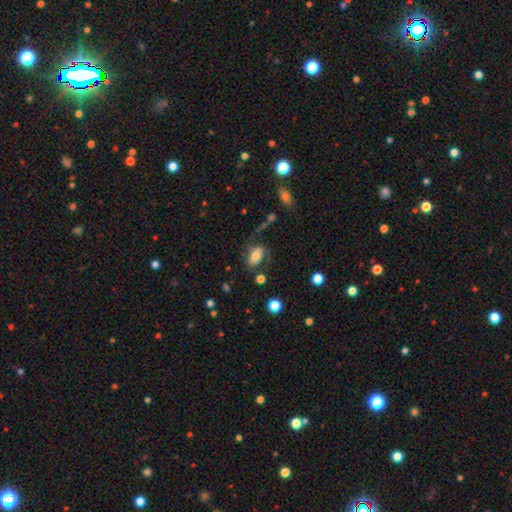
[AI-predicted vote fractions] Q: Smooth or featured?
A: smooth (61%); runner-up: featured or disk (29%)
Q: How rounded?
A: in between (87%); runner-up: round (10%)
Q: Merging?
A: none (49%); runner-up: major disturbance (23%)